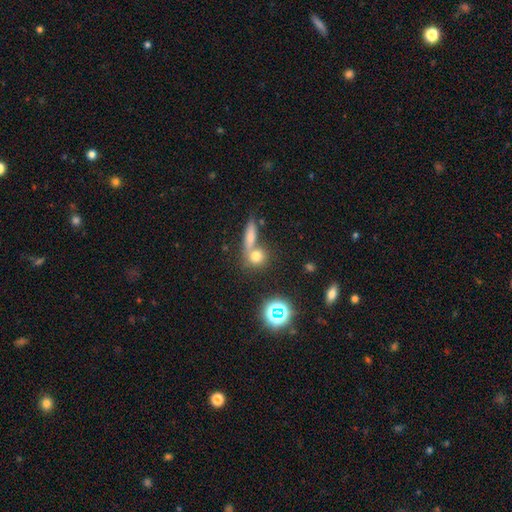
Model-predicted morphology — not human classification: smooth 69%, star or artifact 18%, featured or disk 13%. Down the decision tree: how rounded — round (71%); merging — none (52%).